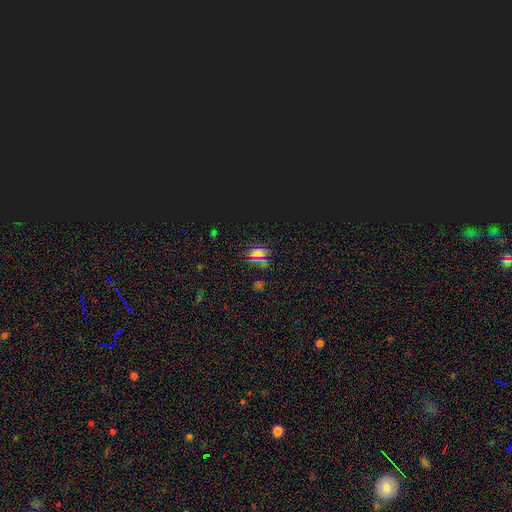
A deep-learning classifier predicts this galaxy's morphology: This is possibly a star or artifact rather than a galaxy (57%).